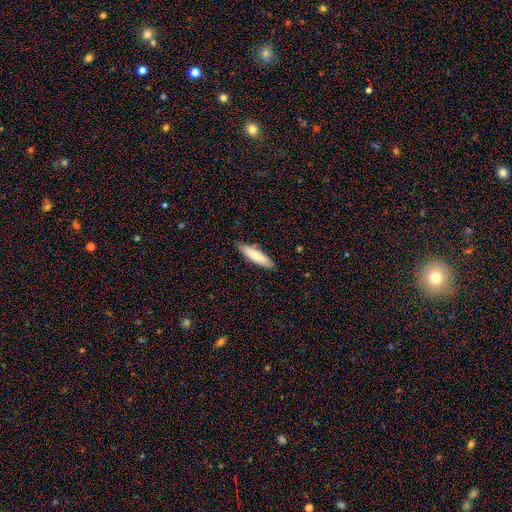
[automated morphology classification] smooth-or-featured: smooth: 75% | featured or disk: 19% | star or artifact: 6%
  how-rounded: cigar-shaped: 71% | in between: 28% | round: 1%
  merging: none: 87% | minor disturbance: 10% | major disturbance: 2% | merger: 1%